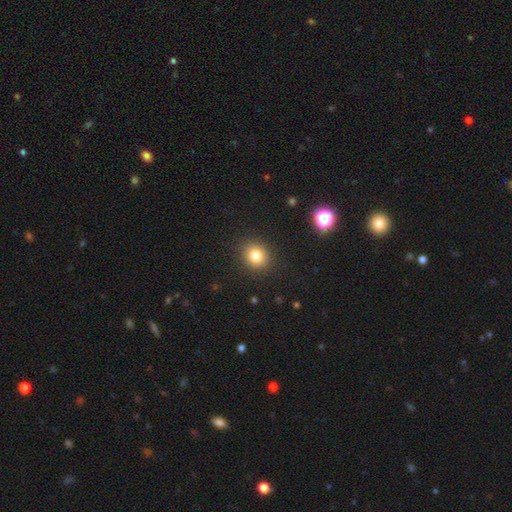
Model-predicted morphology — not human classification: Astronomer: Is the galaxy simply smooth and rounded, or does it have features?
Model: smooth — 82%.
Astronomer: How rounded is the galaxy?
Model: round — 77%.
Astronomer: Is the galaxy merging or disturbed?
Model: none — 90%.